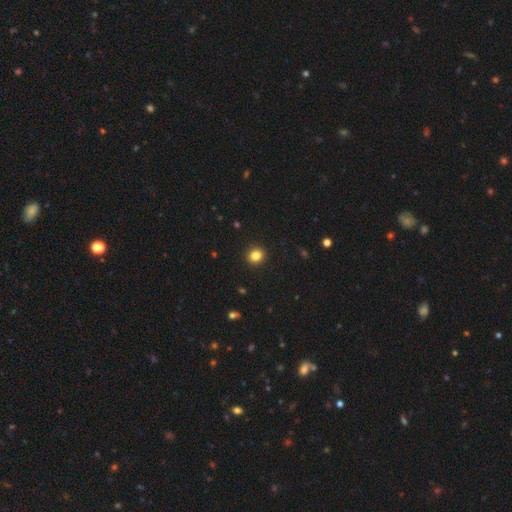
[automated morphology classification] The model was most divided on "how rounded": round: 79%, in between: 20%, cigar-shaped: 1%. More confident: merging — none (92%); smooth or featured — smooth (84%).